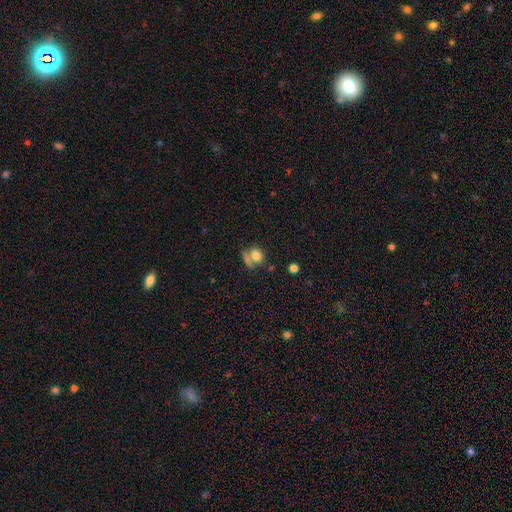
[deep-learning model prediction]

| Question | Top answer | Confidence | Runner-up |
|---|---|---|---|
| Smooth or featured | smooth | 77% | star or artifact (12%) |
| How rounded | round | 66% | in between (32%) |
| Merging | none | 53% | merger (27%) |